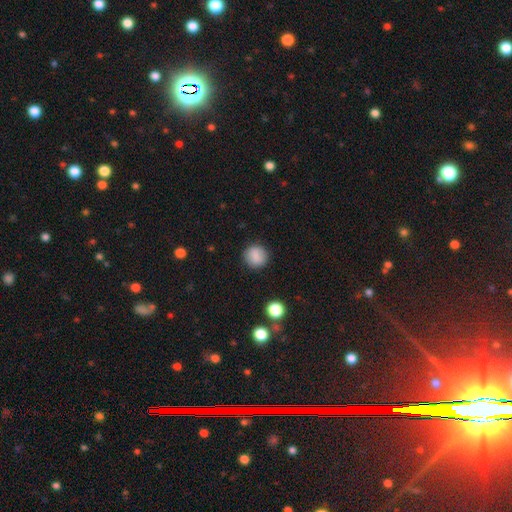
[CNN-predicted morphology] Overall: smooth (85%). How rounded: round (89%). Merging: none (88%).